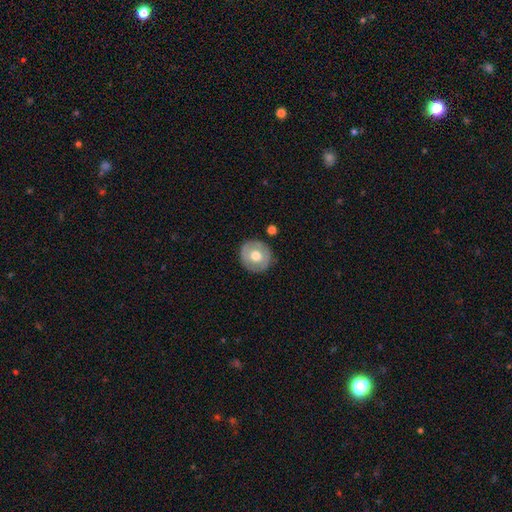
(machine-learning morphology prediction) Smooth or featured? smooth (57%)
How rounded? round (90%)
Merging? none (86%)